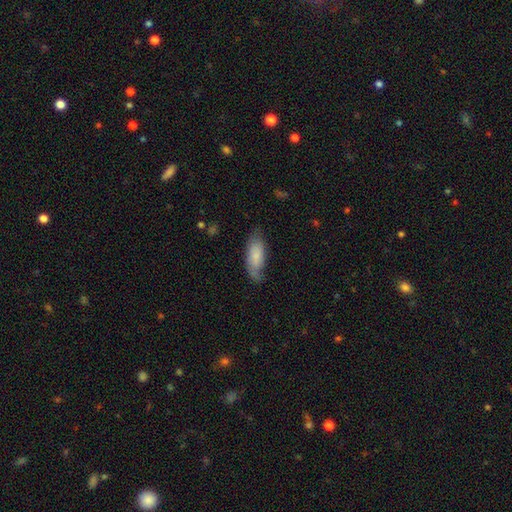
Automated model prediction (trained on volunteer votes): This appears to be a smooth galaxy with no disk features (76%) that is in between round and cigar-shaped (77%). Merging: none (64%).